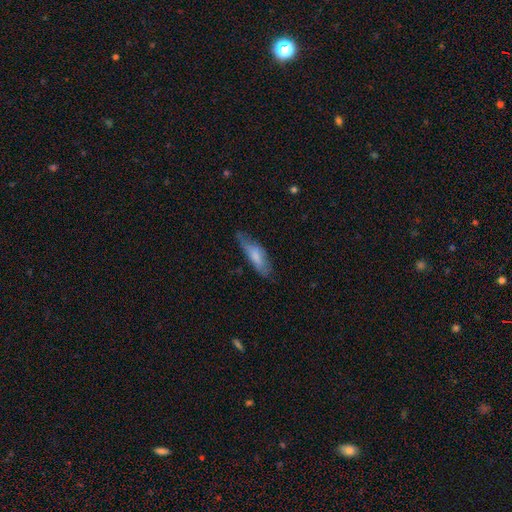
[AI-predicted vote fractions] This is likely a smooth galaxy (67%). How rounded: possibly cigar-shaped (53%). Merging: possibly none (54%).